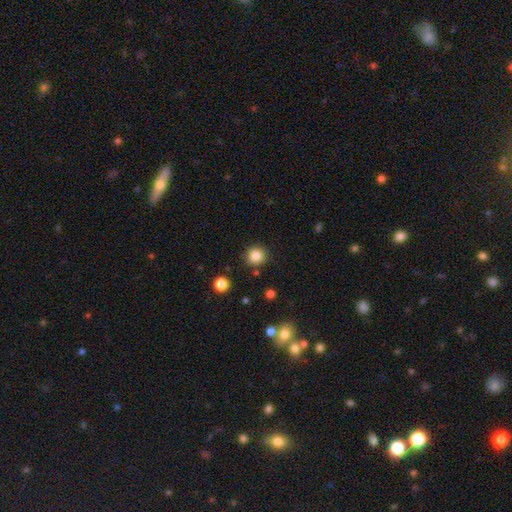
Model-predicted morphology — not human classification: This appears to be a smooth galaxy with no disk features (84%) that is round (93%). Merging: none (88%).